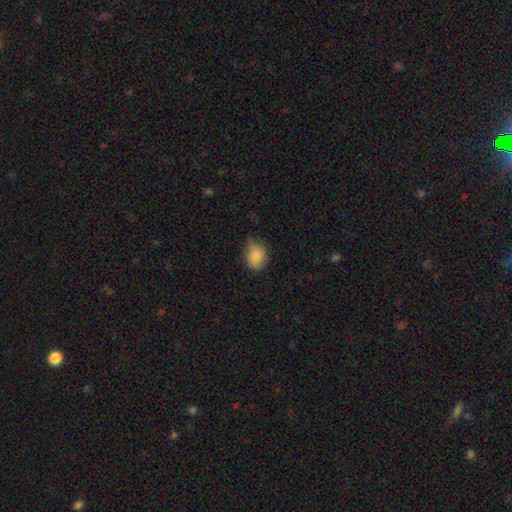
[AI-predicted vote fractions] A smooth galaxy with no disk features (86%) that is in between round and cigar-shaped (62%).

Vote fractions:
- Smooth or featured? smooth: 86% / star or artifact: 8% / featured or disk: 6%
- How rounded? in between: 62% / round: 37% / cigar-shaped: 1%
- Merging? none: 60% / minor disturbance: 32% / major disturbance: 6% / merger: 1%